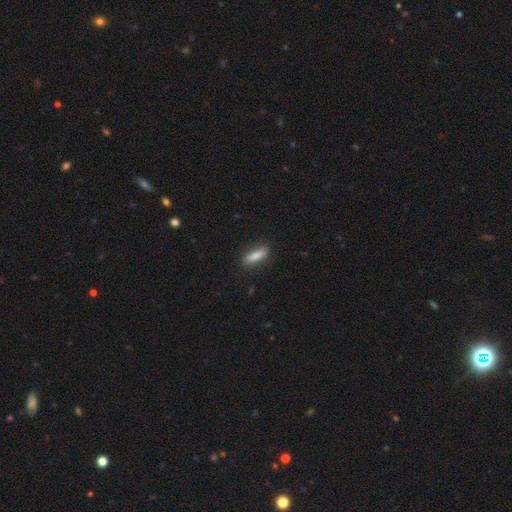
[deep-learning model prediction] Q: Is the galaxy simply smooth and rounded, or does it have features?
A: smooth — 82%.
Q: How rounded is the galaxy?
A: in between — 49%, tied with cigar-shaped.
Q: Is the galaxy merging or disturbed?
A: none — 82%.